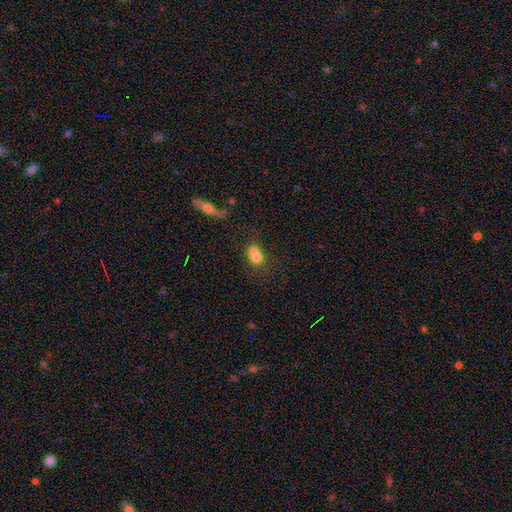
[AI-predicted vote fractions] smooth_or_featured: smooth (p=0.69) [alt: featured or disk p=0.19]
how_rounded: round (p=0.61) [alt: in between p=0.37]
merging: merger (p=0.60) [alt: none p=0.26]